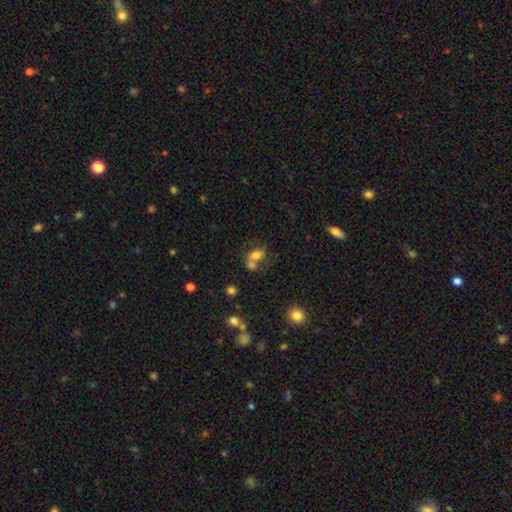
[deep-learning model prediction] The model was most divided on "merging": merger: 53%, none: 29%, minor disturbance: 11%, major disturbance: 8%. More confident: smooth or featured — smooth (67%); how rounded — in between (64%).